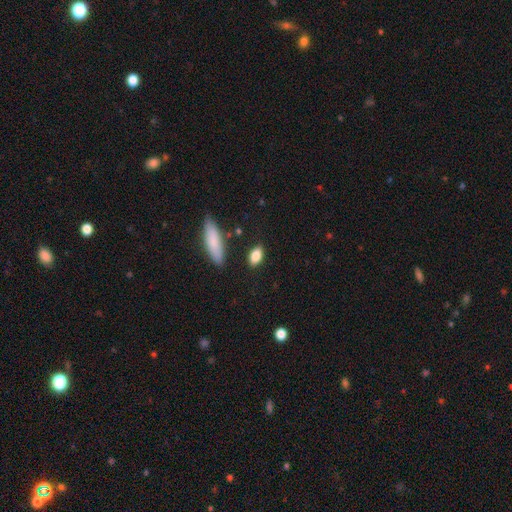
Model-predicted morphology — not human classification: A smooth galaxy with no disk features (84%) that is in between round and cigar-shaped (85%).

Vote fractions:
- Smooth or featured? smooth: 84% / featured or disk: 9% / star or artifact: 7%
- How rounded? in between: 85% / cigar-shaped: 9% / round: 6%
- Merging? none: 83% / minor disturbance: 11% / merger: 3% / major disturbance: 3%